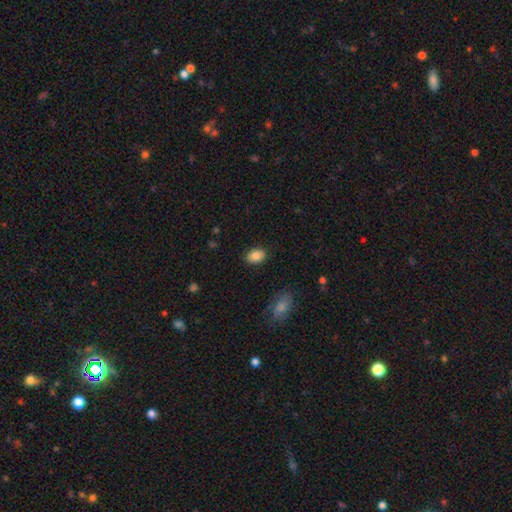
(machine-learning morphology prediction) Smooth or featured?
  - smooth: 85% *
  - star or artifact: 8%
  - featured or disk: 7%
How rounded?
  - in between: 76% *
  - round: 23%
  - cigar-shaped: 1%
Merging?
  - none: 87% *
  - minor disturbance: 10%
  - major disturbance: 2%
  - merger: 1%